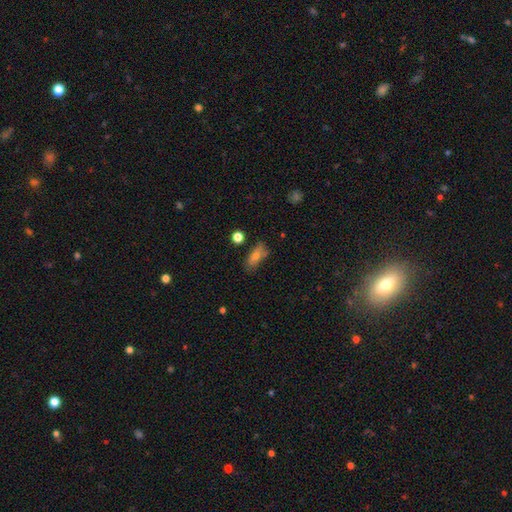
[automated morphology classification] A smooth galaxy with no disk features (64%) that is in between round and cigar-shaped (72%).

Vote fractions:
- Smooth or featured? smooth: 64% / featured or disk: 23% / star or artifact: 12%
- How rounded? in between: 72% / cigar-shaped: 21% / round: 6%
- Merging? none: 72% / minor disturbance: 19% / major disturbance: 5% / merger: 4%